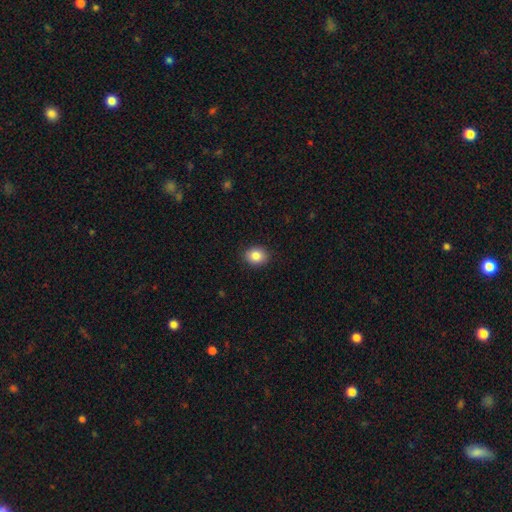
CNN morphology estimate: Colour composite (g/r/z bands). It shows a smooth galaxy with no disk features (86%) that is round (54%). Merging: none (90%).